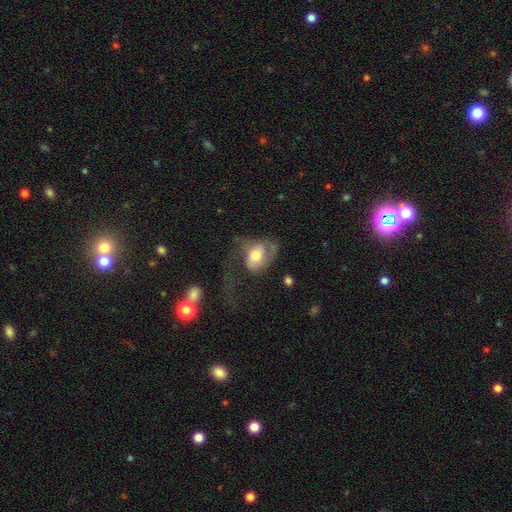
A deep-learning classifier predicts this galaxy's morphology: smooth_or_featured: featured or disk (p=0.48) [alt: smooth p=0.45]
merging: major disturbance (p=0.57) [alt: none p=0.22]